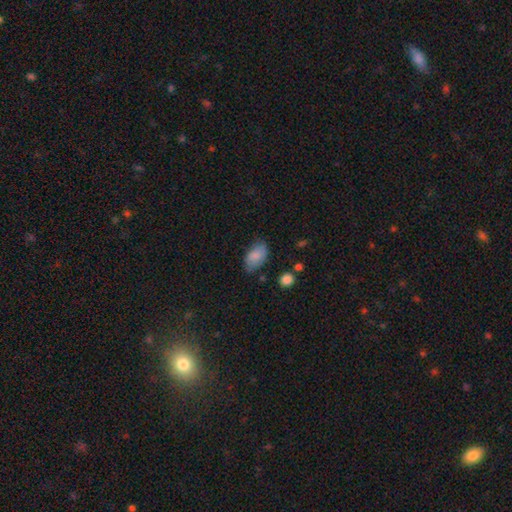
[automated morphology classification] smooth-or-featured: smooth: 83% | featured or disk: 10% | star or artifact: 7%
  how-rounded: in between: 93% | round: 5% | cigar-shaped: 2%
  merging: none: 69% | minor disturbance: 24% | major disturbance: 5% | merger: 2%